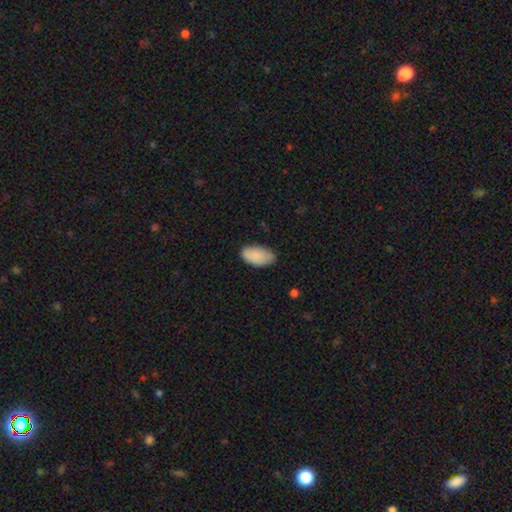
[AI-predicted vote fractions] smooth_or_featured: smooth (p=0.88) [alt: star or artifact p=0.06]
how_rounded: in between (p=0.95) [alt: round p=0.03]
merging: none (p=0.76) [alt: minor disturbance p=0.20]